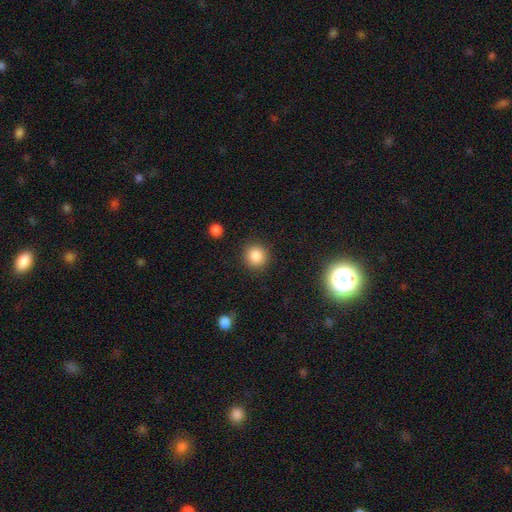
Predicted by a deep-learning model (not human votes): This is clearly a smooth galaxy (86%). How rounded: clearly round (92%). Merging: clearly none (90%).